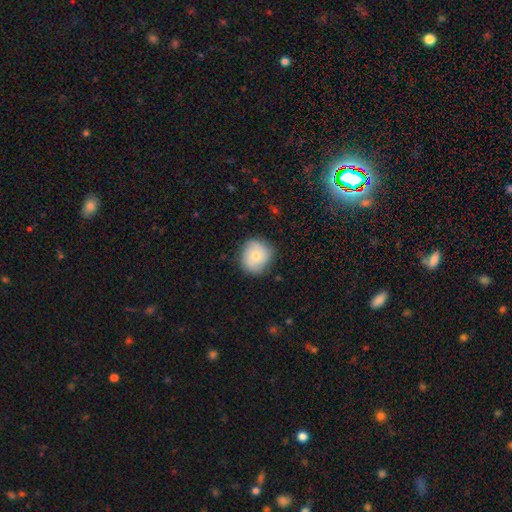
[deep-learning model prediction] Q: Smooth or featured?
A: smooth (58%); runner-up: featured or disk (35%)
Q: How rounded?
A: round (81%); runner-up: in between (18%)
Q: Merging?
A: none (77%); runner-up: minor disturbance (17%)